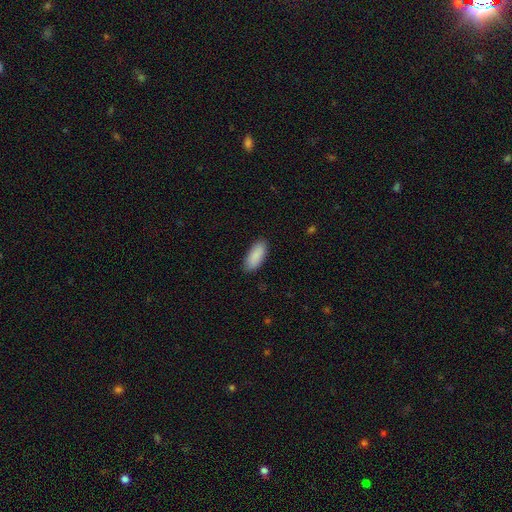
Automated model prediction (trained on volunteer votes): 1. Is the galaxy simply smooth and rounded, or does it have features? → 91% smooth, 6% star or artifact, 4% featured or disk.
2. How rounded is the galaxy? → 84% in between, 15% cigar-shaped, 2% round.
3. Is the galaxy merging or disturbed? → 89% none, 9% minor disturbance, 2% major disturbance, 1% merger.